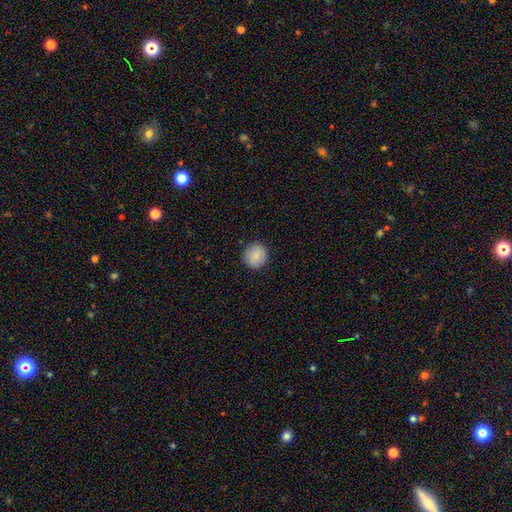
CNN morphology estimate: smooth-or-featured: smooth: 88% | star or artifact: 7% | featured or disk: 5%
  how-rounded: round: 92% | in between: 7% | cigar-shaped: 1%
  merging: none: 89% | minor disturbance: 8% | major disturbance: 2% | merger: 1%